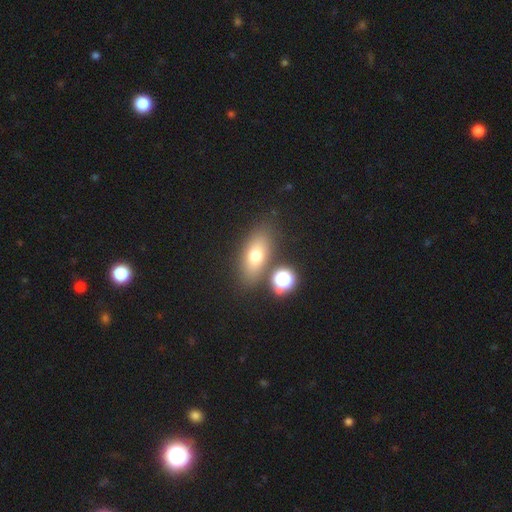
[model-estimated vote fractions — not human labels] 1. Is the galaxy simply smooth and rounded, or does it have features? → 70% smooth, 17% featured or disk, 13% star or artifact.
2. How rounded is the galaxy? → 76% in between, 12% cigar-shaped, 12% round.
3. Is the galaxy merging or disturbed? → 76% none, 11% minor disturbance, 9% merger, 4% major disturbance.